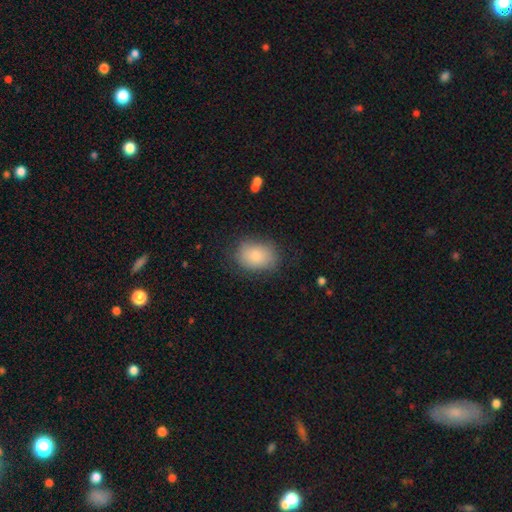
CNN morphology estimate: The model was most divided on "how rounded": in between: 70%, round: 29%, cigar-shaped: 1%. More confident: smooth or featured — smooth (83%); merging — none (75%).